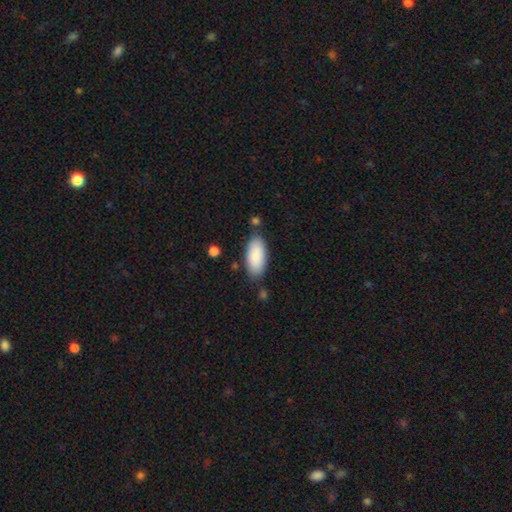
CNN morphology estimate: smooth 89%, star or artifact 6%, featured or disk 5%. Down the decision tree: how rounded — in between (90%); merging — none (79%).